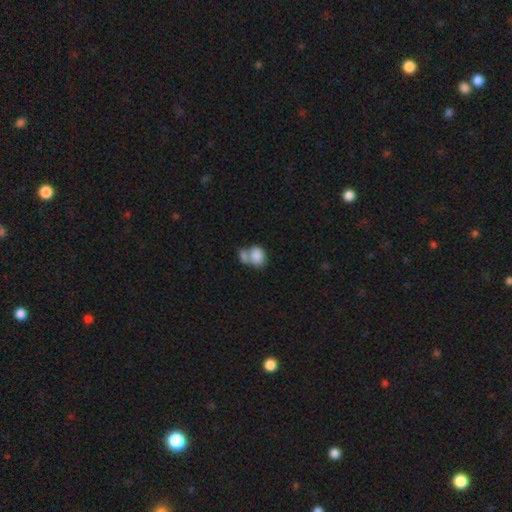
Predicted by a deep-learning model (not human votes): smooth-or-featured: smooth: 83% | featured or disk: 10% | star or artifact: 7%
  how-rounded: in between: 59% | round: 40% | cigar-shaped: 1%
  merging: merger: 57% | none: 27% | minor disturbance: 10% | major disturbance: 6%